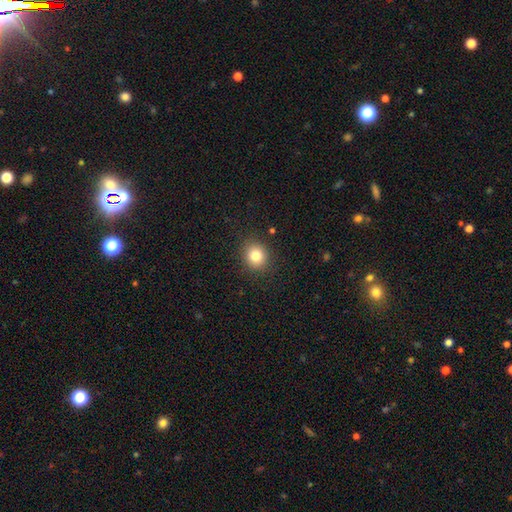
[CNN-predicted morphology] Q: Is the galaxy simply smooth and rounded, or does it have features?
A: smooth — 82%.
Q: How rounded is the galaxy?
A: round — 83%.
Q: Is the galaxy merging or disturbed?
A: none — 89%.